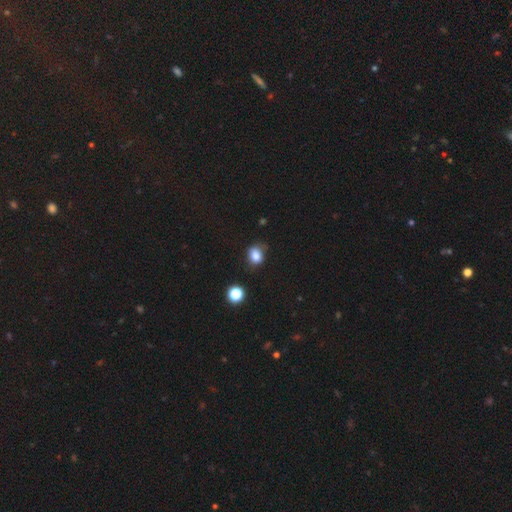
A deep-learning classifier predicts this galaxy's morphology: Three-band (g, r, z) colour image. It shows a smooth galaxy with no disk features (81%) that is in between round and cigar-shaped (51%). Merging: none (66%).